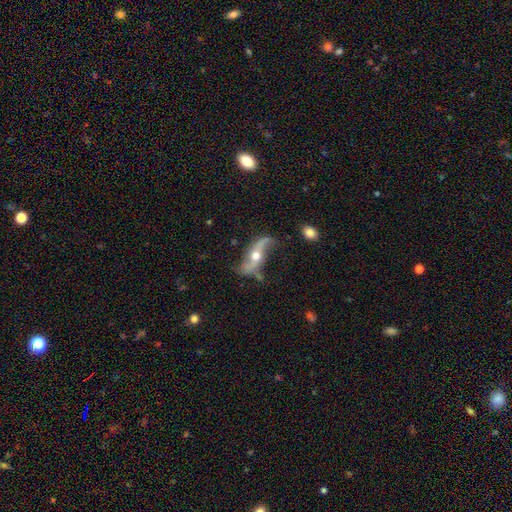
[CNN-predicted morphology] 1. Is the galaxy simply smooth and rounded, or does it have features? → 85% featured or disk, 9% smooth, 6% star or artifact.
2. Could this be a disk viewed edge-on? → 80% no, 20% yes.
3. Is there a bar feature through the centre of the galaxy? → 57% no, 24% weak, 19% strong.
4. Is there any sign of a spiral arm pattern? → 92% yes, 8% no.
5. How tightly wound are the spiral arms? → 90% loose, 7% medium, 3% tight.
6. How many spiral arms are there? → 92% 2, 3% 1, 2% can't tell, 1% 3, 1% 4, 1% more than 4.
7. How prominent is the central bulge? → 72% moderate, 19% small, 6% large, 1% dominant, 1% none.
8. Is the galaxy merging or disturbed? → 66% none, 21% minor disturbance, 10% major disturbance, 3% merger.